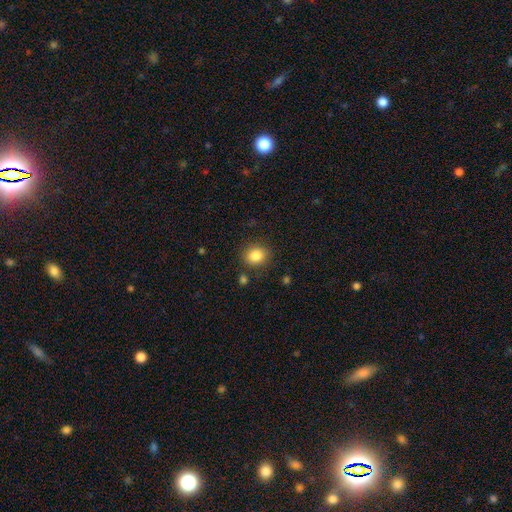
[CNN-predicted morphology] Smooth or featured? smooth (85%)
How rounded? round (68%)
Merging? none (84%)